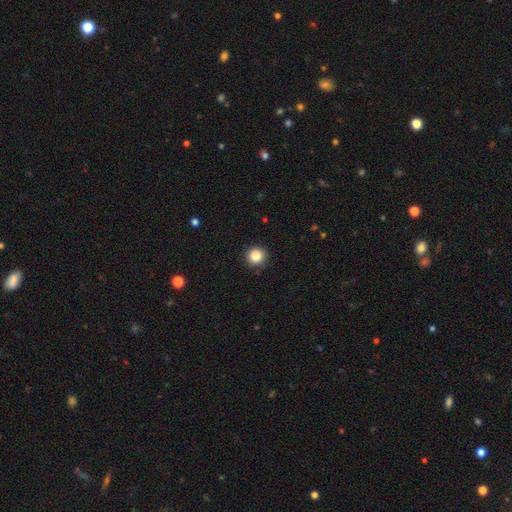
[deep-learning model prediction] Smooth or featured: smooth — 85% (star or artifact — 11%)
How rounded: round — 90% (in between — 9%)
Merging: none — 90% (minor disturbance — 7%)